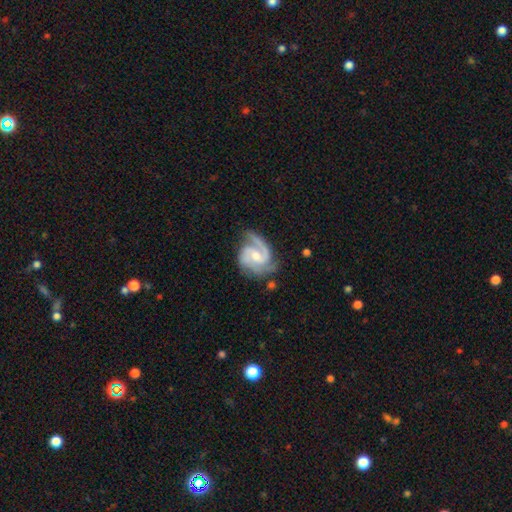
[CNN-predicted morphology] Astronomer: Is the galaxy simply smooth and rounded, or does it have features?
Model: featured or disk — 91%.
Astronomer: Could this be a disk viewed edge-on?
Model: no — 98%.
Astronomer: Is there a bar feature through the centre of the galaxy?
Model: weak — 44%, tied with no at 44%.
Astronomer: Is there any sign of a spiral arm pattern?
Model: yes — 98%.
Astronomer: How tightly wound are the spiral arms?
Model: medium — 52% (runner-up: tight, 38%).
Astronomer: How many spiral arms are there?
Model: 2 — 57%.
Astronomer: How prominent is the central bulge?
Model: moderate — 52% (runner-up: small, 41%).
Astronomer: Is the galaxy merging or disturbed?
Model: none — 68%.